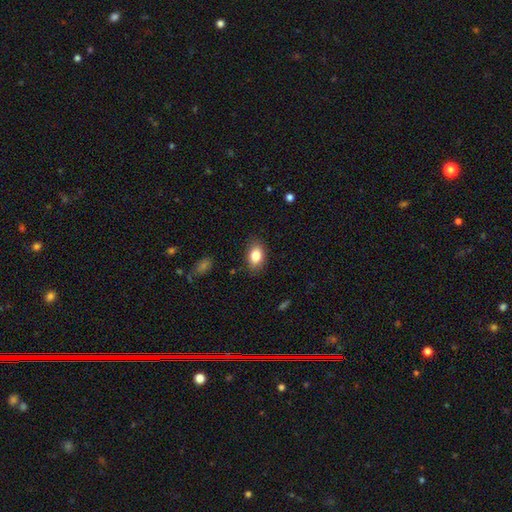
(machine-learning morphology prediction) This appears to be a smooth galaxy with no disk features (83%) that is in between round and cigar-shaped (84%). Merging: none (84%).